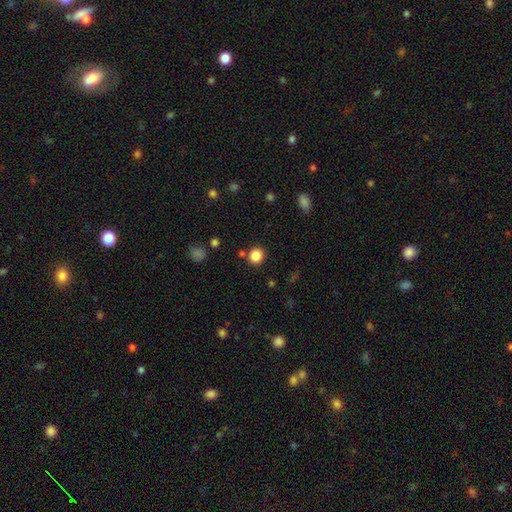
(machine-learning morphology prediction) smooth-or-featured: smooth: 85% | star or artifact: 11% | featured or disk: 4%
  how-rounded: round: 86% | in between: 13% | cigar-shaped: 1%
  merging: none: 83% | minor disturbance: 8% | merger: 6% | major disturbance: 3%